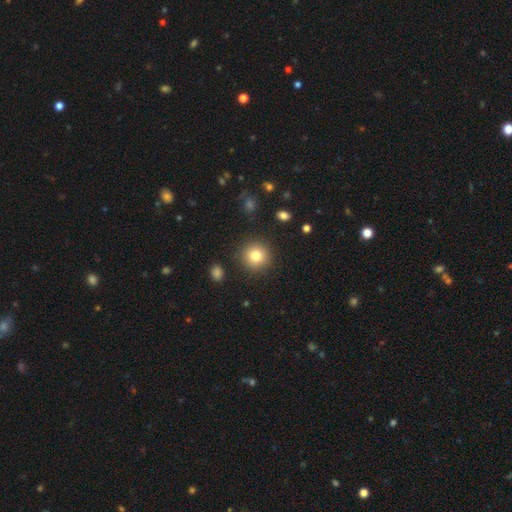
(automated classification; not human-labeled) Q: Smooth or featured?
A: smooth (80%); runner-up: star or artifact (11%)
Q: How rounded?
A: round (94%); runner-up: in between (5%)
Q: Merging?
A: none (90%); runner-up: minor disturbance (6%)